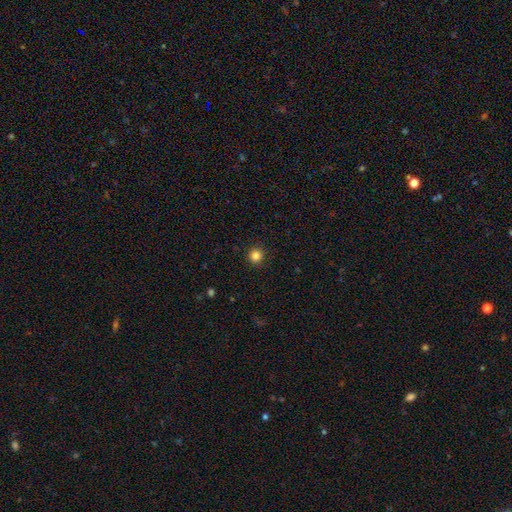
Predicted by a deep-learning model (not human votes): A smooth galaxy with no disk features (84%) that is round (94%). Merging: none (92%).